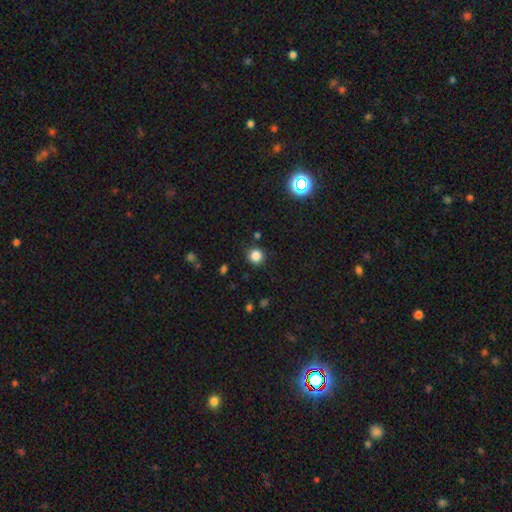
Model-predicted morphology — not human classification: Q: Smooth or featured?
A: smooth (83%); runner-up: star or artifact (13%)
Q: How rounded?
A: round (93%); runner-up: in between (6%)
Q: Merging?
A: none (88%); runner-up: minor disturbance (7%)